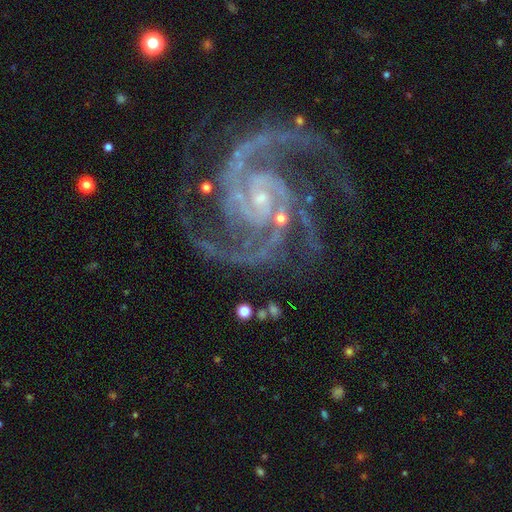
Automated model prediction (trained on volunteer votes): The model was most divided on "spiral winding": medium: 49%, tight: 45%, loose: 6%. More confident: spiral arms — yes (99%); edge-on disk — no (98%); smooth or featured — featured or disk (94%); bulge size — small (80%); merging — none (73%); bar — no (54%); spiral arm count — 2 (51%).